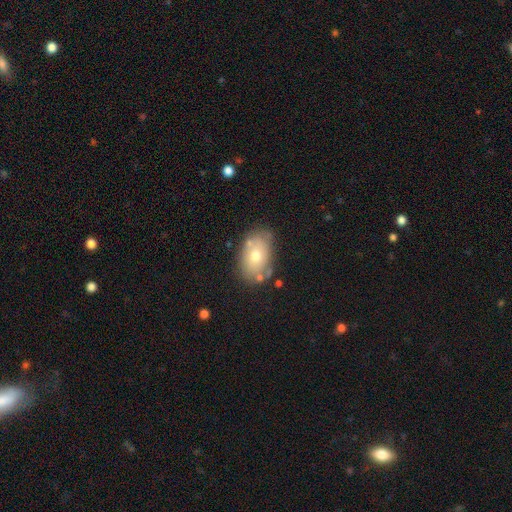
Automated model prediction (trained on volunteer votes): smooth_or_featured: smooth (p=0.67) [alt: featured or disk p=0.25]
how_rounded: in between (p=0.86) [alt: round p=0.13]
merging: none (p=0.71) [alt: minor disturbance p=0.18]